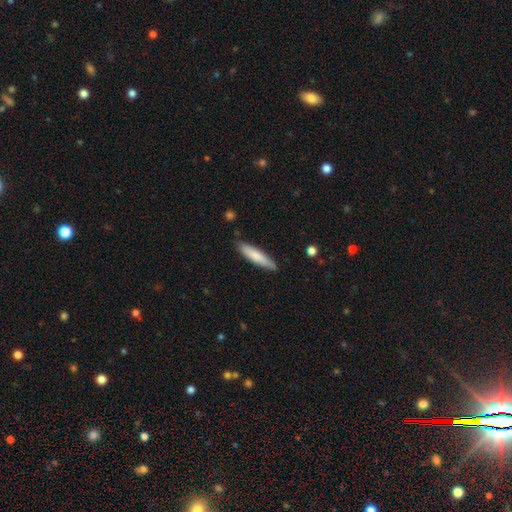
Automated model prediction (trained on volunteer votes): The model was most divided on "smooth or featured": smooth: 78%, featured or disk: 17%, star or artifact: 5%. More confident: merging — none (84%); how rounded — cigar-shaped (82%).